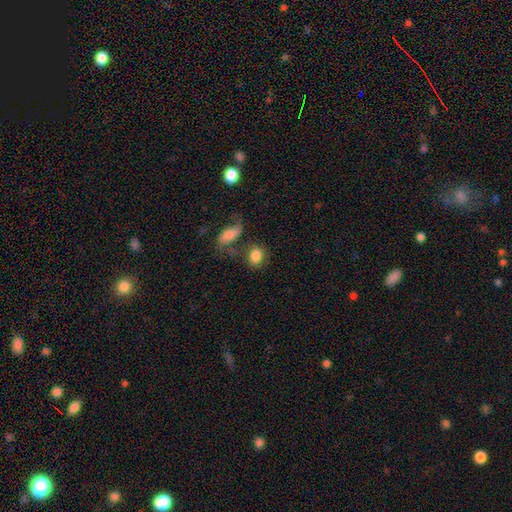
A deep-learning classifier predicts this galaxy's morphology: This is clearly a smooth galaxy (82%). How rounded: likely in between (69%). Merging: possibly none (56%).